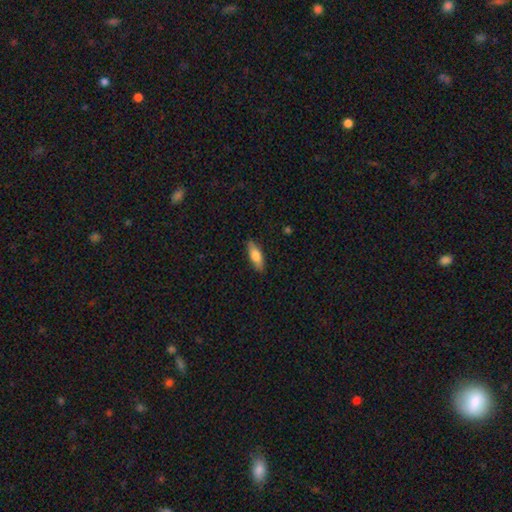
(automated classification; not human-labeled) Smooth or featured? Predicted: smooth (p=0.72). How rounded? Predicted: in between (p=0.58). Merging? Predicted: none (p=0.87).